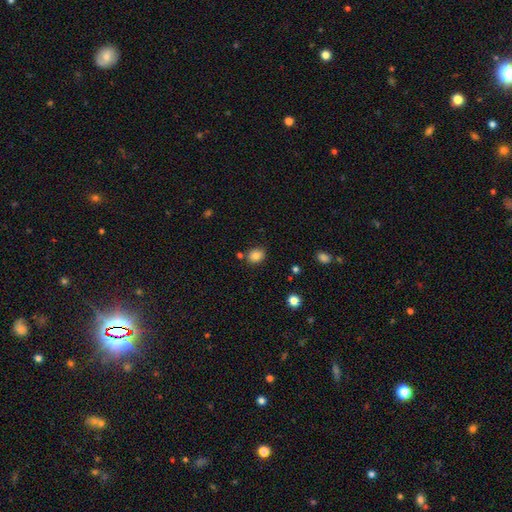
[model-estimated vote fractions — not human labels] smooth_or_featured: smooth (p=0.82) [alt: star or artifact p=0.11]
how_rounded: round (p=0.52) [alt: in between p=0.48]
merging: none (p=0.80) [alt: minor disturbance p=0.11]